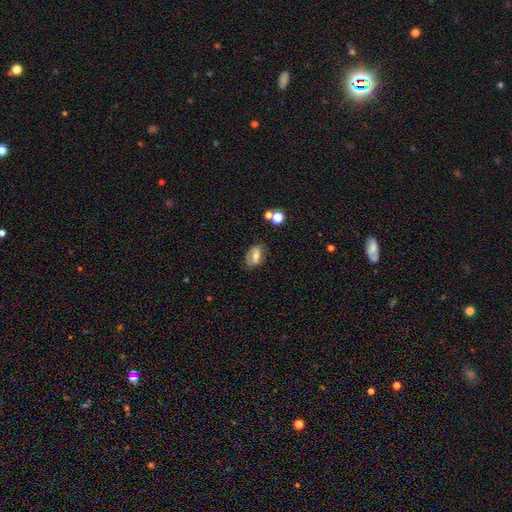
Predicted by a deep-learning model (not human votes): Smooth or featured? smooth (49%)
Merging? none (66%)